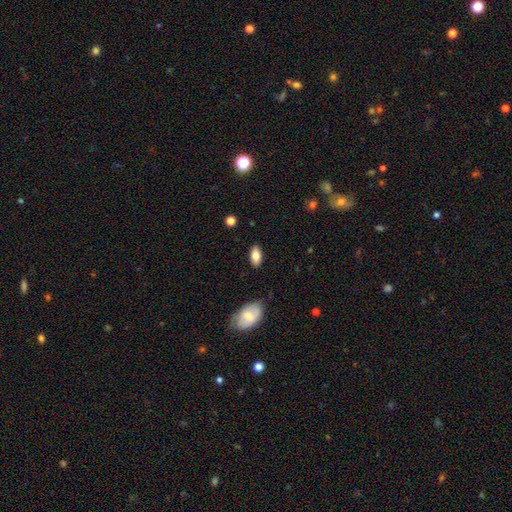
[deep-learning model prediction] Overall: smooth (81%). How rounded: in between (91%). Merging: none (85%).